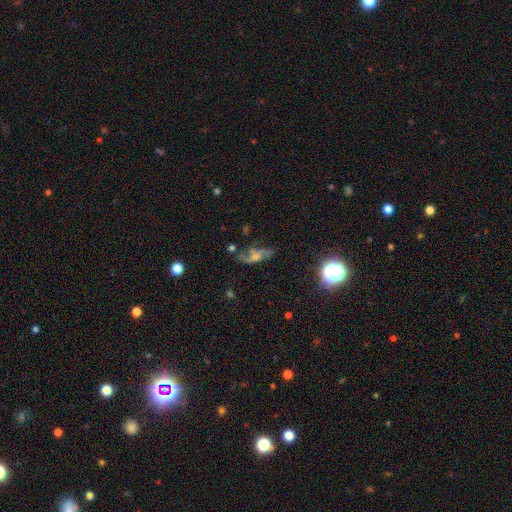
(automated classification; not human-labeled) smooth-or-featured: featured or disk: 57% | smooth: 28% | star or artifact: 15%
  disk-edge-on: no: 83% | yes: 17%
  merging: none: 51% | minor disturbance: 23% | major disturbance: 20% | merger: 6%